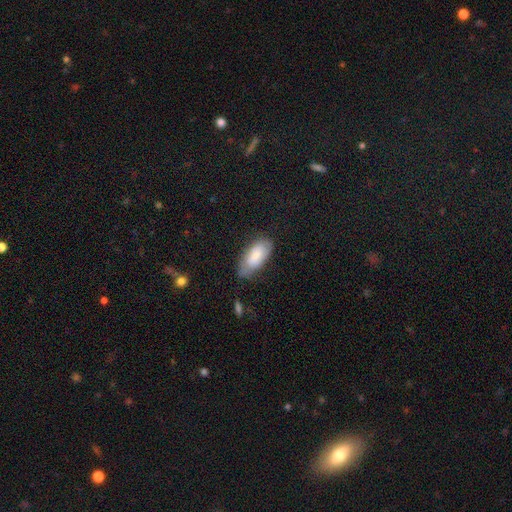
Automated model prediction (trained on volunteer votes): The model was most divided on "merging": none: 62%, minor disturbance: 29%, major disturbance: 7%, merger: 2%. More confident: how rounded — in between (89%); smooth or featured — smooth (76%).